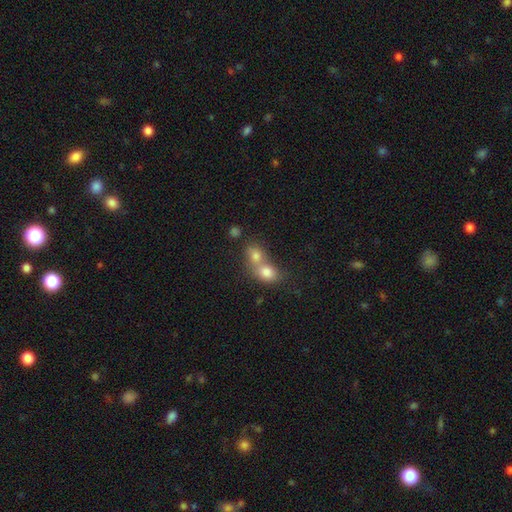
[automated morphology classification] This appears to be a smooth galaxy with no disk features (78%) that is round (52%). Merging: merger (70%).